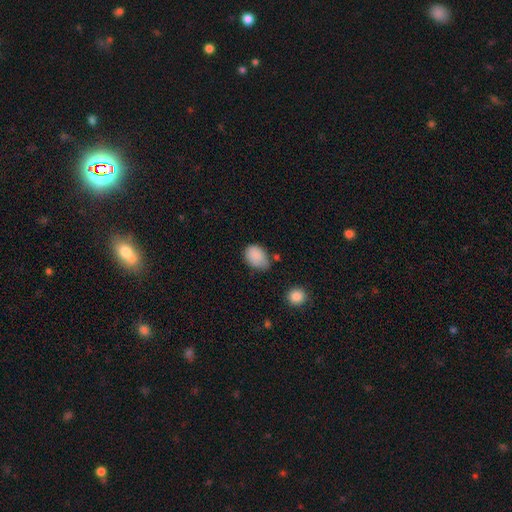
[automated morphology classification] smooth 86%, star or artifact 9%, featured or disk 5%. Down the decision tree: how rounded — in between (72%); merging — none (52%).